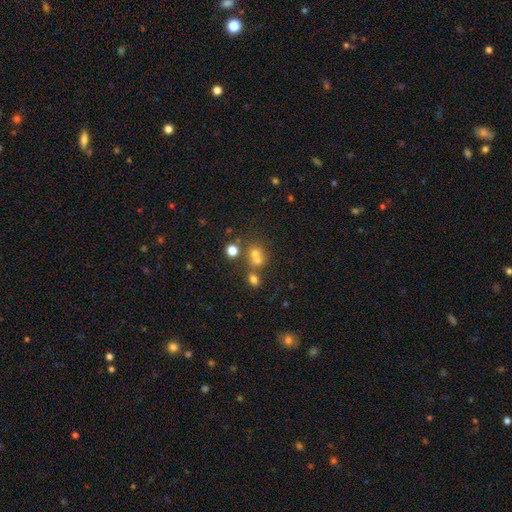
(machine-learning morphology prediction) Overall: smooth (58%; star or artifact 27%). How rounded: round (78%). Merging: none (47%; merger 41%).